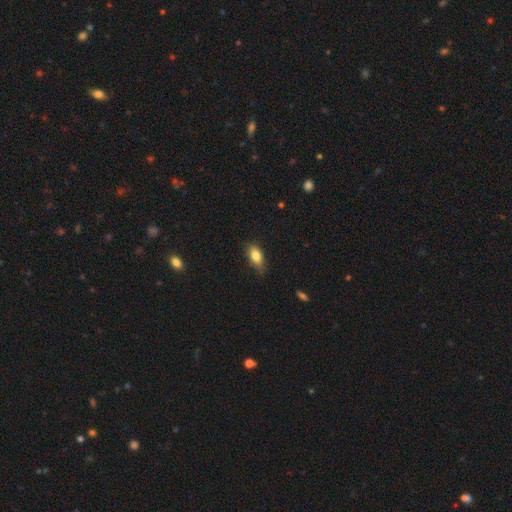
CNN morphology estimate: smooth-or-featured: smooth: 81% | featured or disk: 11% | star or artifact: 8%
  how-rounded: in between: 85% | cigar-shaped: 10% | round: 5%
  merging: none: 69% | minor disturbance: 26% | major disturbance: 4% | merger: 1%